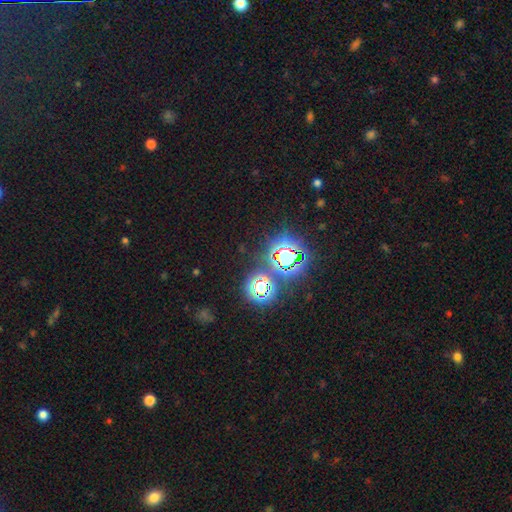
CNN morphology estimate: type=star or artifact (78%).